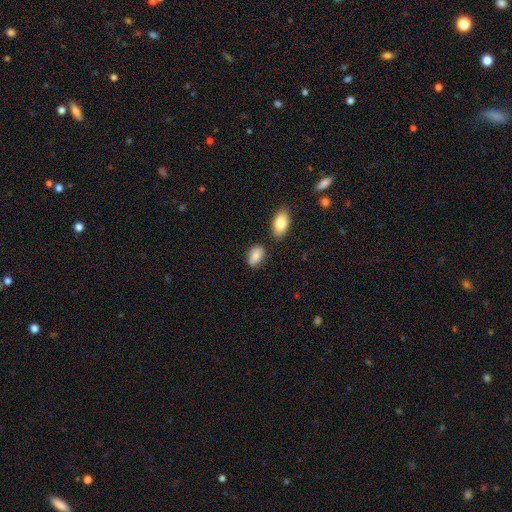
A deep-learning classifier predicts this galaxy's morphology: Smooth or featured: smooth — 84% (featured or disk — 8%)
How rounded: in between — 90% (round — 8%)
Merging: none — 76% (minor disturbance — 15%)